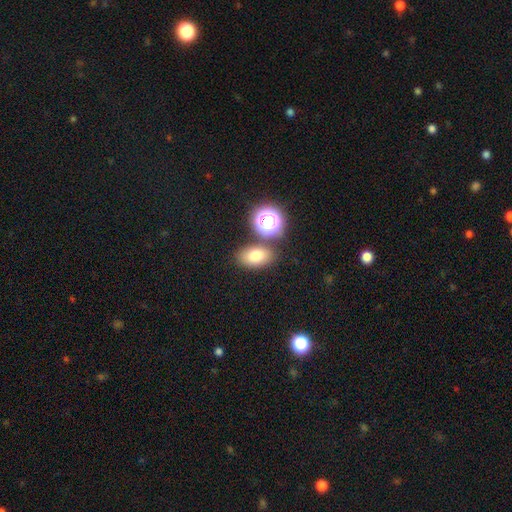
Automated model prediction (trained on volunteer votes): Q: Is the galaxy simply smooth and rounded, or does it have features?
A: smooth — 76%.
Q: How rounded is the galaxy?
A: in between — 80%.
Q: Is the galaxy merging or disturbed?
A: none — 73%.